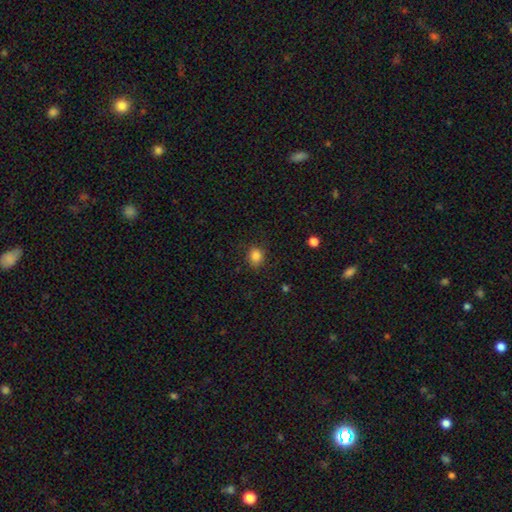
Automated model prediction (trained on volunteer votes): The model was most divided on "how rounded": round: 61%, in between: 38%, cigar-shaped: 1%. More confident: smooth or featured — smooth (84%); merging — none (80%).